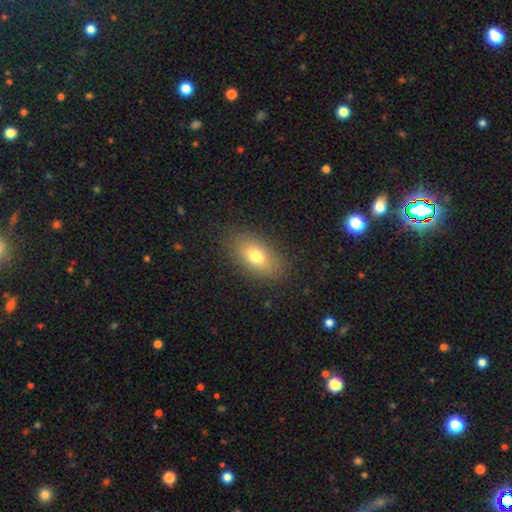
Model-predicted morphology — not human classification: This appears to be a smooth galaxy with no disk features (75%) that is in between round and cigar-shaped (88%). Merging: none (85%).